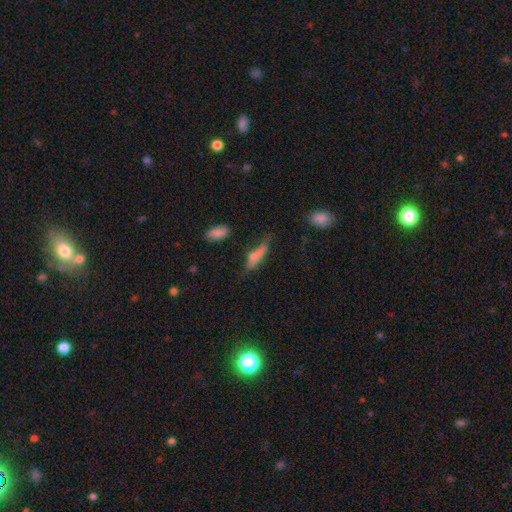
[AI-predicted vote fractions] smooth 66%, featured or disk 26%, star or artifact 9%. Down the decision tree: how rounded — cigar-shaped (63%); merging — none (44%).